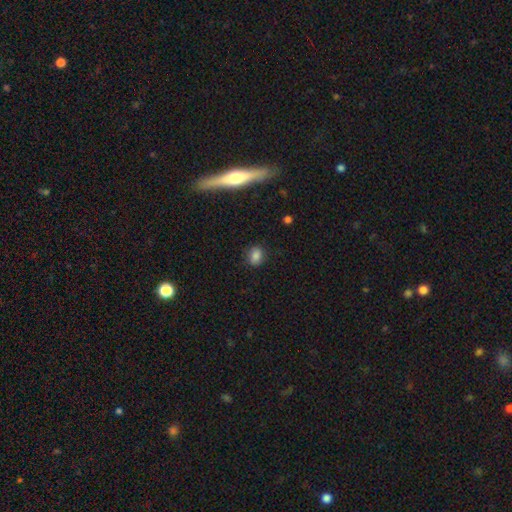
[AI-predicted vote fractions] This appears to be a smooth galaxy with no disk features (81%) that is round (52%). Merging: none (83%).